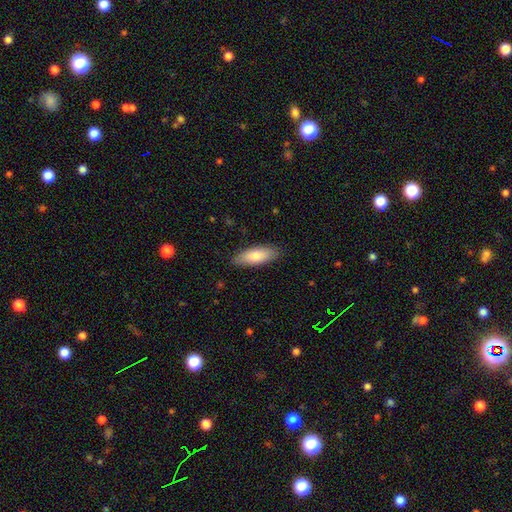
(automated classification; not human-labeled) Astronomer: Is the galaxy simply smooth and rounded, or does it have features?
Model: smooth — 77%.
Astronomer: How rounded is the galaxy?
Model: in between — 72%.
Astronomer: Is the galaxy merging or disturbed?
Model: none — 86%.